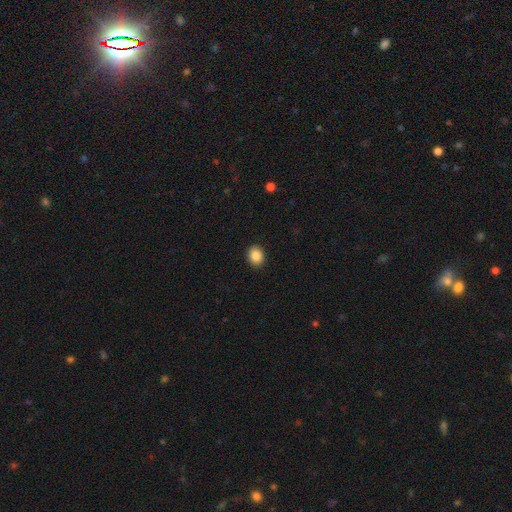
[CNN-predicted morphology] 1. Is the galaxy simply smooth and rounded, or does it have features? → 88% smooth, 9% star or artifact, 4% featured or disk.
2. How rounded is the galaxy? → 58% round, 41% in between, 1% cigar-shaped.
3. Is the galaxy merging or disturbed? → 91% none, 7% minor disturbance, 2% major disturbance, 1% merger.